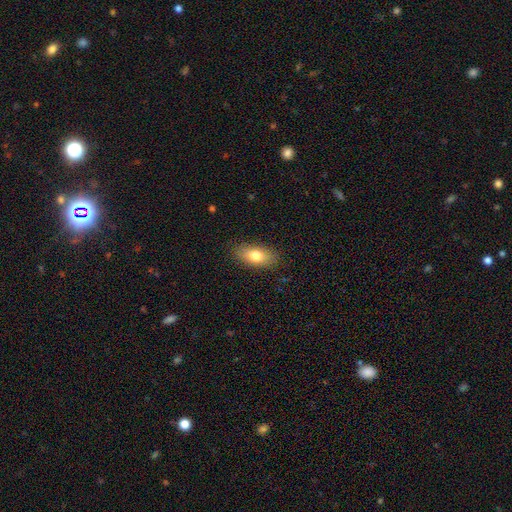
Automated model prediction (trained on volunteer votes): A smooth galaxy with no disk features (77%) that is in between round and cigar-shaped (86%). Merging: none (86%).